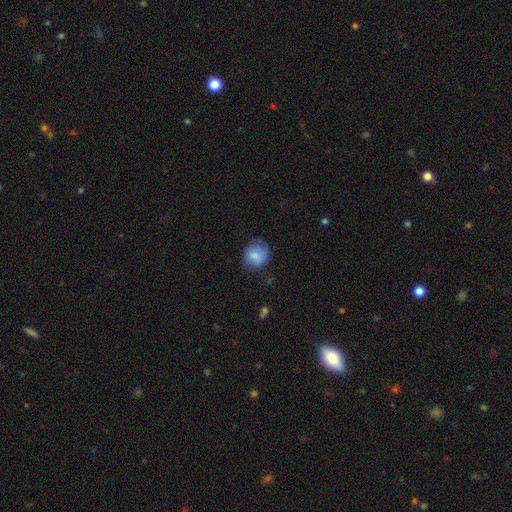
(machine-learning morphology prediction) smooth 79%, featured or disk 14%, star or artifact 8%. Down the decision tree: how rounded — round (77%); merging — none (67%).